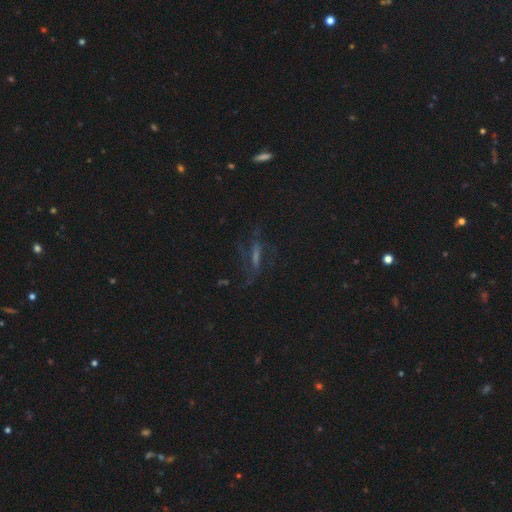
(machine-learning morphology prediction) smooth_or_featured: featured or disk (p=0.50) [alt: star or artifact p=0.28]
disk_edge_on: no (p=0.59) [alt: yes p=0.41]
merging: none (p=0.61) [alt: major disturbance p=0.19]